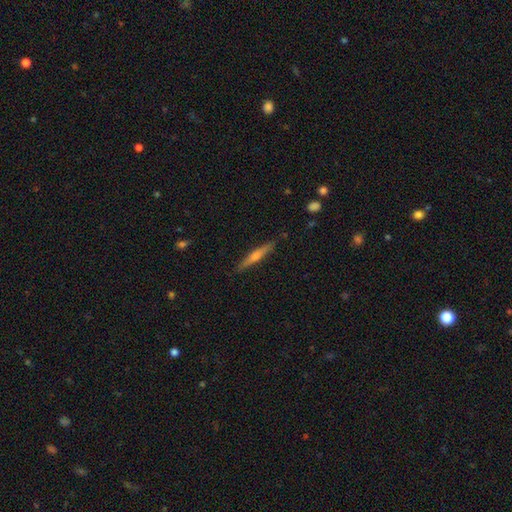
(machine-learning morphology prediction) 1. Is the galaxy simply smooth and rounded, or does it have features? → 58% featured or disk, 36% smooth, 6% star or artifact.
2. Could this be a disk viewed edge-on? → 97% yes, 3% no.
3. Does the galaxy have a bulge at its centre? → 71% rounded, 21% none, 8% boxy.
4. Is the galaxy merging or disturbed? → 90% none, 8% minor disturbance, 1% major disturbance, 1% merger.